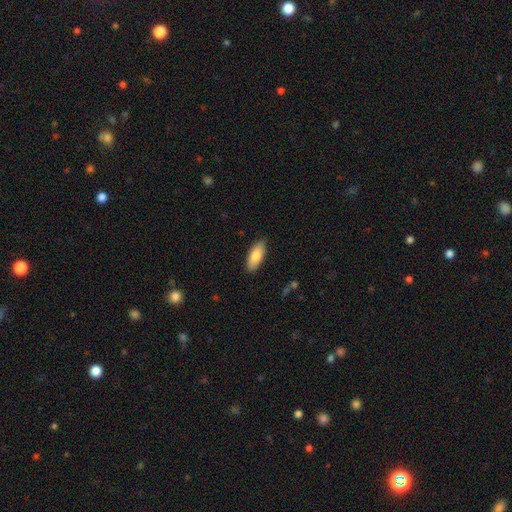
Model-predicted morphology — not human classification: Smooth or featured: smooth — 80% (featured or disk — 13%)
How rounded: in between — 81% (cigar-shaped — 17%)
Merging: none — 87% (minor disturbance — 10%)